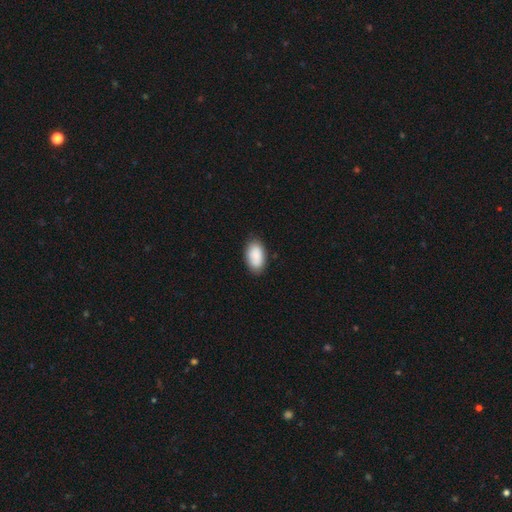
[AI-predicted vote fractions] Overall: smooth (88%). How rounded: in between (94%). Merging: none (82%).